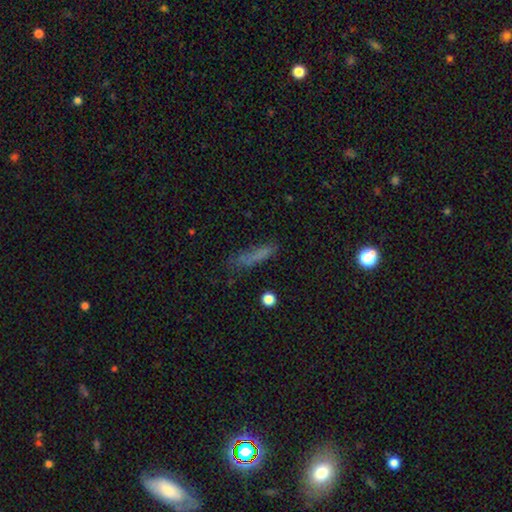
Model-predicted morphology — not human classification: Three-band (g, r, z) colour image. It shows a smooth galaxy with no disk features (67%) that is cigar-shaped (77%). Merging: none (61%).